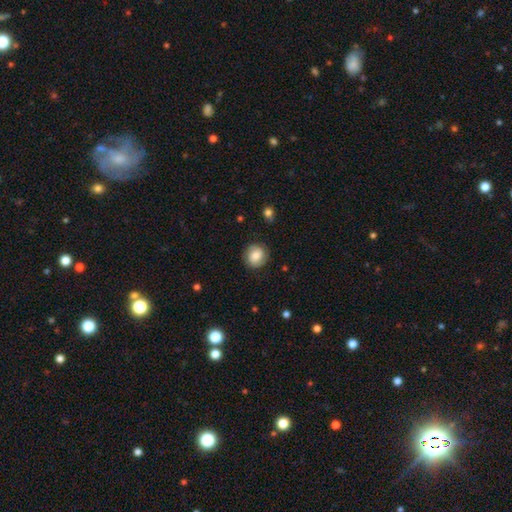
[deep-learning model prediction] smooth_or_featured: smooth (p=0.62) [alt: featured or disk p=0.29]
how_rounded: round (p=0.85) [alt: in between p=0.14]
merging: none (p=0.83) [alt: minor disturbance p=0.12]